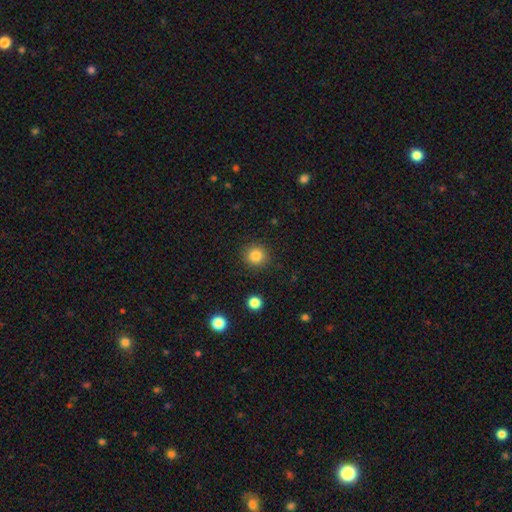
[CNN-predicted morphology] This is clearly a smooth galaxy (84%). How rounded: clearly round (93%). Merging: clearly none (90%).